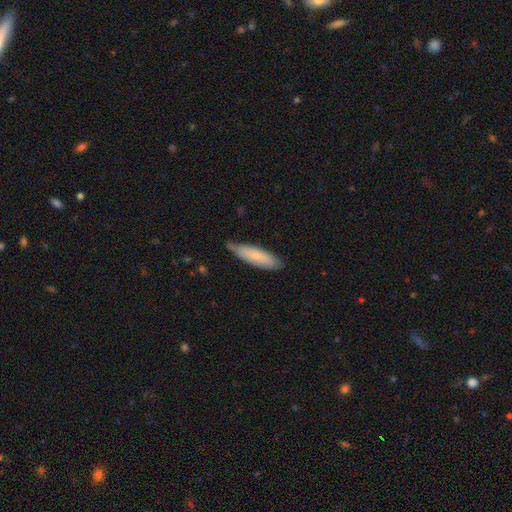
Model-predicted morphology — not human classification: smooth 72%, featured or disk 22%, star or artifact 6%. Down the decision tree: how rounded — cigar-shaped (60%); merging — none (72%).